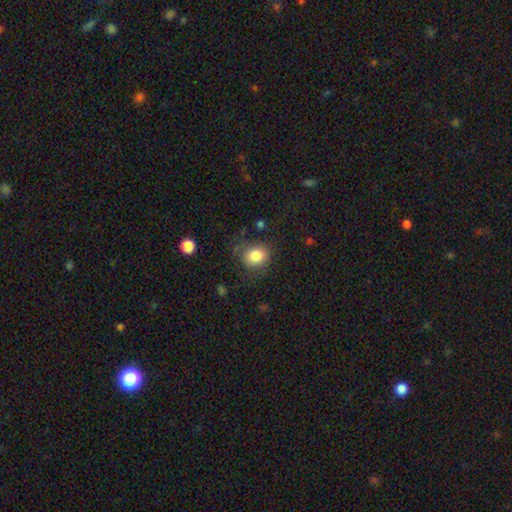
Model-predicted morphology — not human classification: The model was most divided on "how rounded": round: 62%, in between: 38%, cigar-shaped: 1%. More confident: smooth or featured — smooth (83%); merging — none (70%).